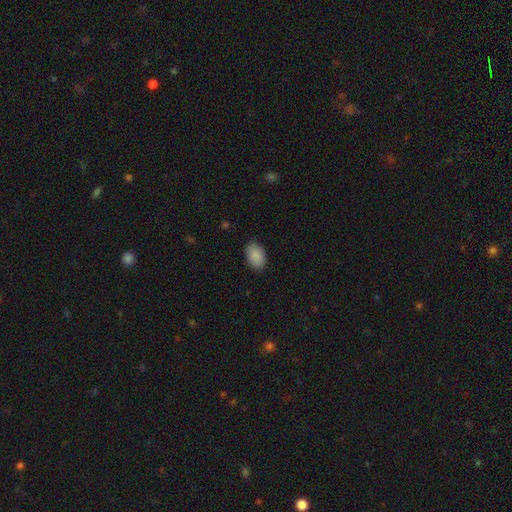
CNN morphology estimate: smooth 89%, star or artifact 7%, featured or disk 4%. Down the decision tree: how rounded — in between (89%); merging — none (88%).